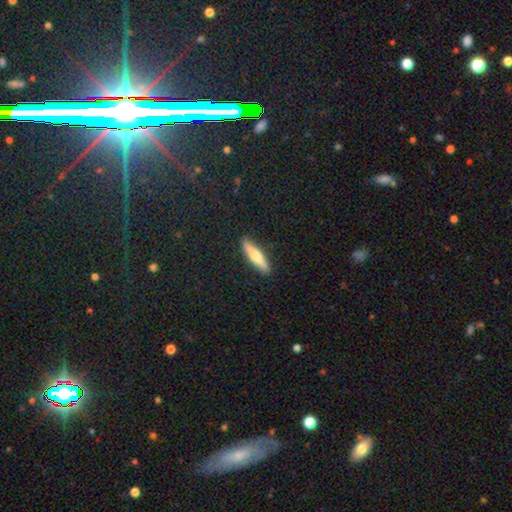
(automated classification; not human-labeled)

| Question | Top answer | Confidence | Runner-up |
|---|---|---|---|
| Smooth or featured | smooth | 57% | featured or disk (37%) |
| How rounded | cigar-shaped | 83% | in between (16%) |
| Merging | none | 90% | minor disturbance (7%) |